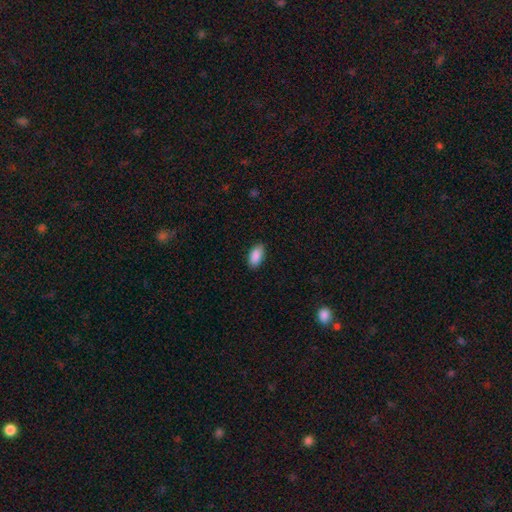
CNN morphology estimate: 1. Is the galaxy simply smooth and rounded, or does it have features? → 90% smooth, 7% star or artifact, 4% featured or disk.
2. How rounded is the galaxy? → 93% in between, 4% cigar-shaped, 3% round.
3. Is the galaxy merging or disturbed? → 86% none, 10% minor disturbance, 2% major disturbance, 1% merger.